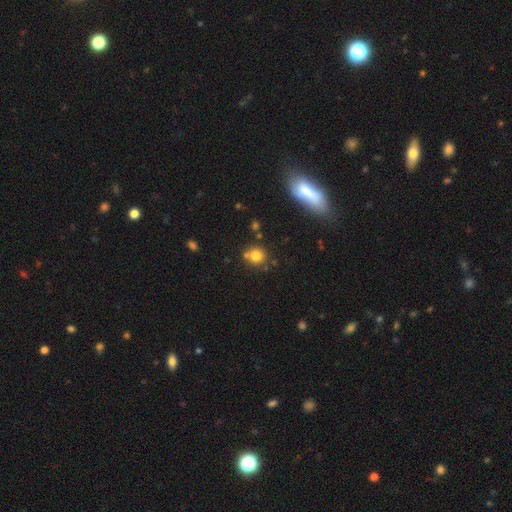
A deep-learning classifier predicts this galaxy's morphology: This appears to be a smooth galaxy with no disk features (77%) that is round (87%). Merging: none (68%).